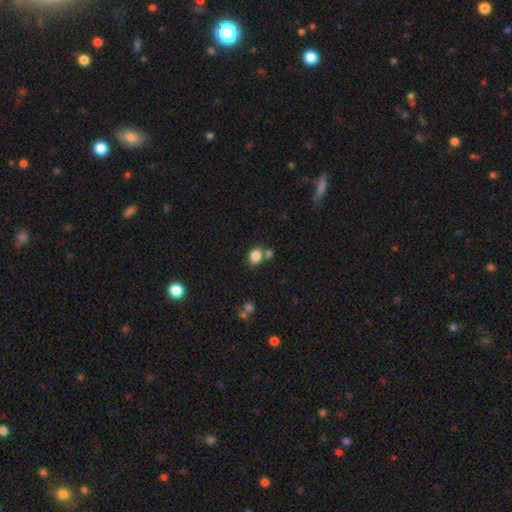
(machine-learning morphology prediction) Overall: smooth (83%). How rounded: round (57%; in between 42%). Merging: none (58%; merger 25%).